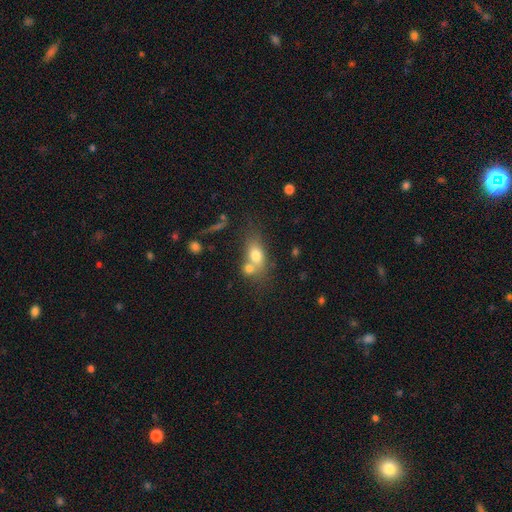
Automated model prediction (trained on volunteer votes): Smooth or featured? Predicted: smooth (p=0.73). How rounded? Predicted: in between (p=0.71). Merging? Predicted: merger (p=0.47).